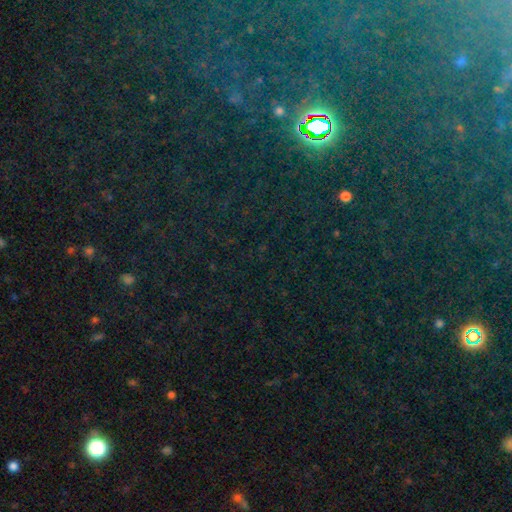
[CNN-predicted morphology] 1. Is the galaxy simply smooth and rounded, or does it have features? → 80% star or artifact, 12% smooth, 8% featured or disk.